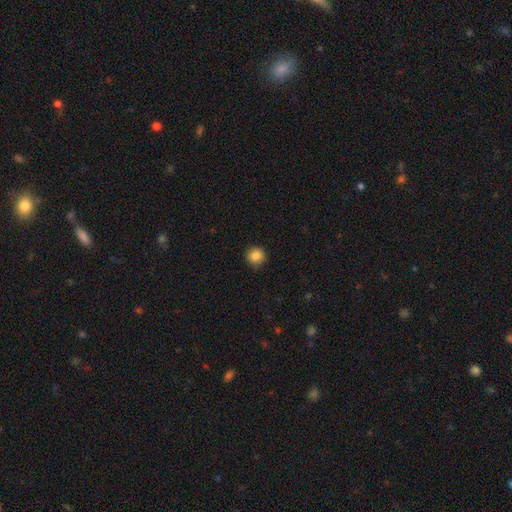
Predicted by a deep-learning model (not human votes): Morphology: type=smooth (85%); roundness=round (94%); merging=none (89%).